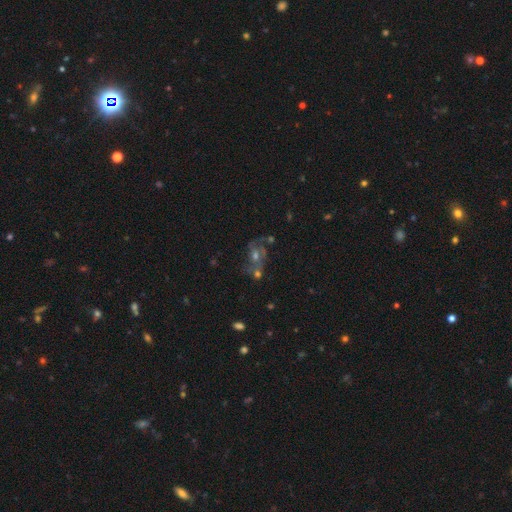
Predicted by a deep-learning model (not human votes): smooth-or-featured: featured or disk: 61% | star or artifact: 20% | smooth: 19%
  disk-edge-on: no: 96% | yes: 4%
    bar: no: 67% | weak: 26% | strong: 7%
    has-spiral-arms: yes: 73% | no: 27%
    bulge-size: moderate: 57% | small: 29% | large: 7% | none: 4% | dominant: 2%
  merging: none: 45% | merger: 22% | major disturbance: 16% | minor disturbance: 16%